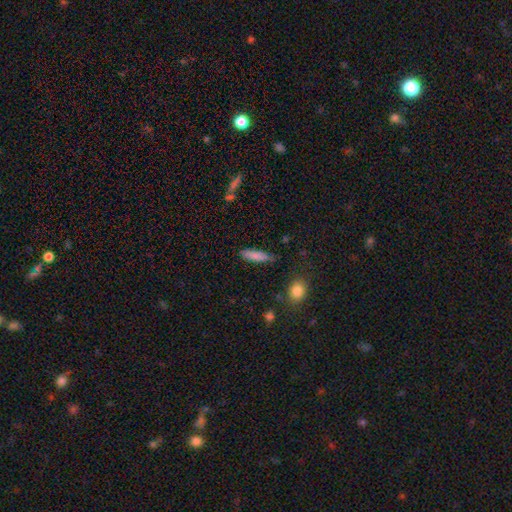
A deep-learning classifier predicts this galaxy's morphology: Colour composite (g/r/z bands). It shows a smooth galaxy with no disk features (81%) that is cigar-shaped (63%). Merging: none (78%).